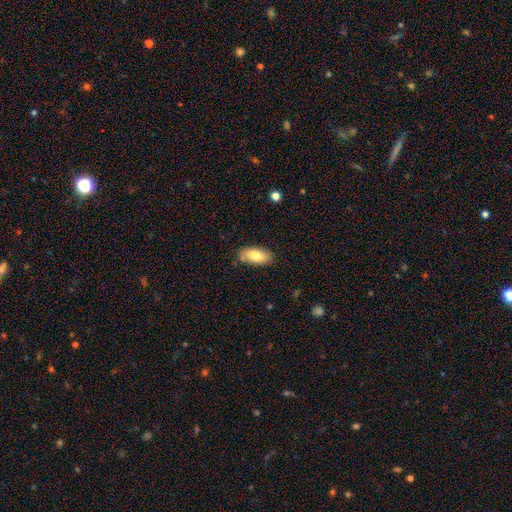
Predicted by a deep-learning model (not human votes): Overall: smooth (79%). How rounded: in between (92%). Merging: none (82%).